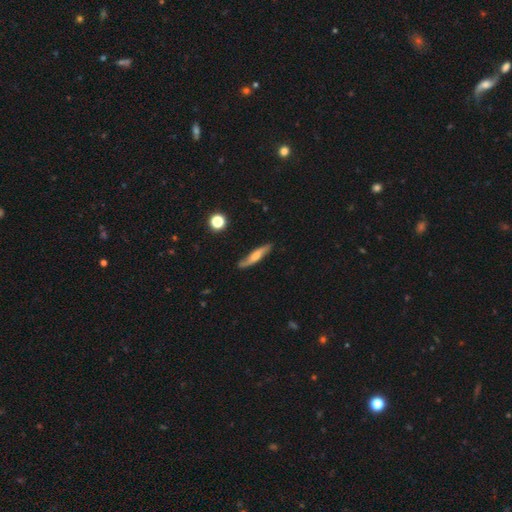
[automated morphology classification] featured or disk 55%, smooth 38%, star or artifact 6%. Down the decision tree: edge-on disk — yes (62%); merging — none (79%).